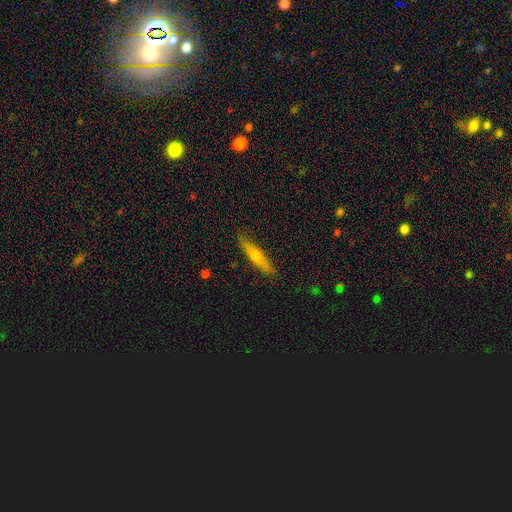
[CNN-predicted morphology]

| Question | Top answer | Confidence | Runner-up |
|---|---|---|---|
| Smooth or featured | smooth | 57% | featured or disk (36%) |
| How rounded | cigar-shaped | 89% | in between (10%) |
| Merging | none | 86% | minor disturbance (11%) |